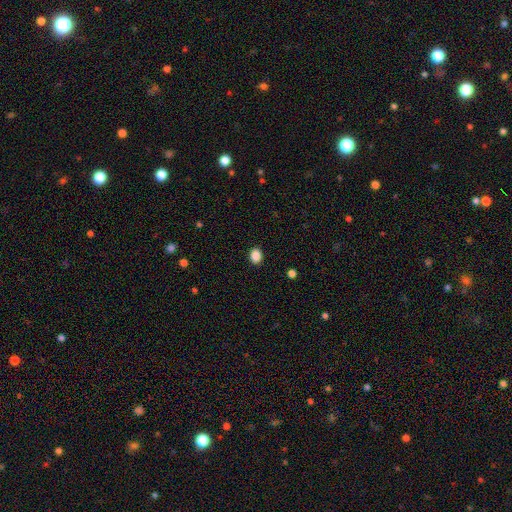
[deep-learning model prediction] A smooth galaxy with no disk features (88%) that is in between round and cigar-shaped (56%).

Vote fractions:
- Smooth or featured? smooth: 88% / star or artifact: 9% / featured or disk: 3%
- How rounded? in between: 56% / round: 43% / cigar-shaped: 1%
- Merging? none: 91% / minor disturbance: 6% / major disturbance: 2% / merger: 1%